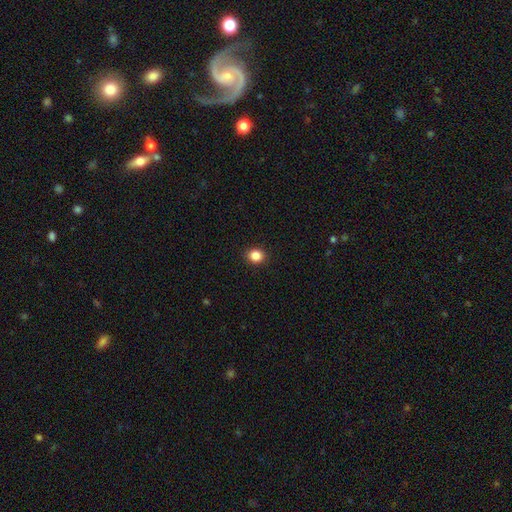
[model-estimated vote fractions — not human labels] Overall: smooth (86%). How rounded: round (79%). Merging: none (92%).